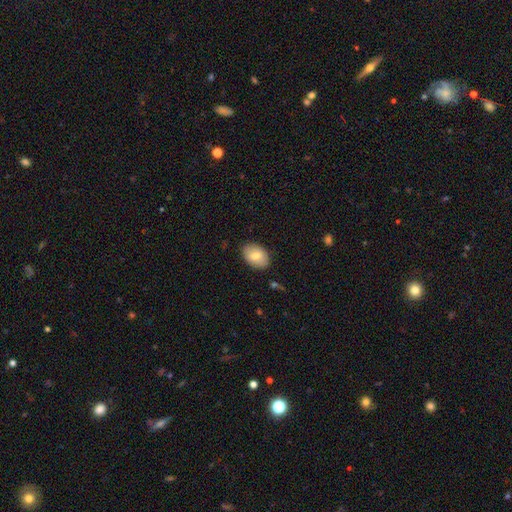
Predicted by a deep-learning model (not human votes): smooth_or_featured: smooth (p=0.75) [alt: featured or disk p=0.18]
how_rounded: in between (p=0.84) [alt: round p=0.15]
merging: none (p=0.86) [alt: minor disturbance p=0.10]